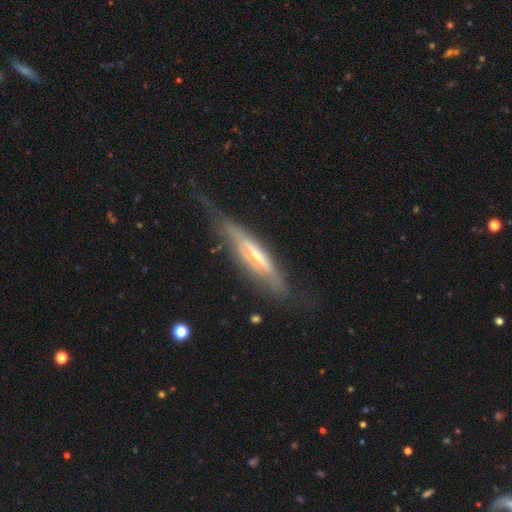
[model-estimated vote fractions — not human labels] This is likely a featured or disk galaxy (72%). It is clearly viewed edge-on (87%). Edge-on bulge: possibly rounded (56%). Merging: possibly none (59%).